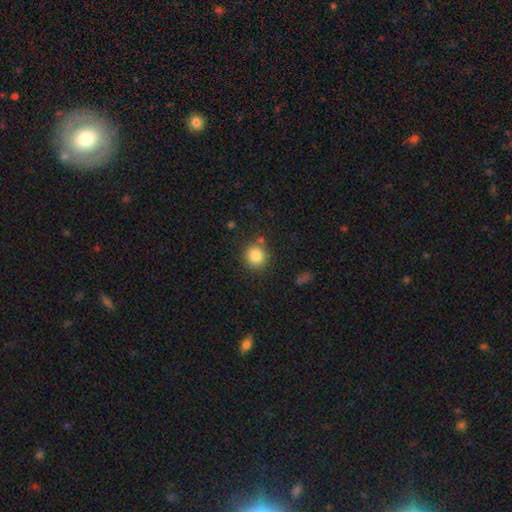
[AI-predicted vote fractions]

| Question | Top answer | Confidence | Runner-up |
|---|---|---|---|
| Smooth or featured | smooth | 84% | star or artifact (10%) |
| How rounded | round | 88% | in between (11%) |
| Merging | none | 83% | minor disturbance (9%) |